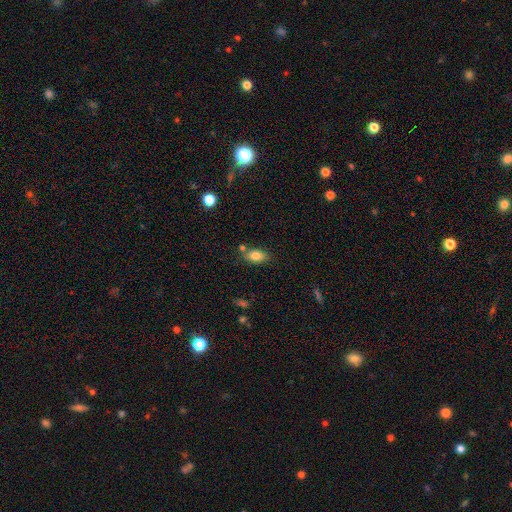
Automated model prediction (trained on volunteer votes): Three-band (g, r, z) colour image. It shows a smooth galaxy with no disk features (82%) that is in between round and cigar-shaped (88%). Merging: none (73%).